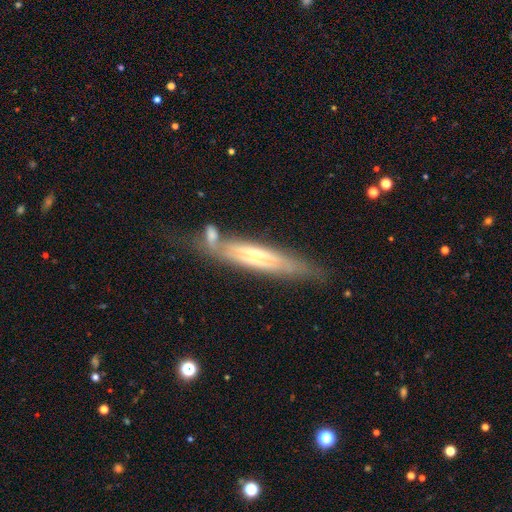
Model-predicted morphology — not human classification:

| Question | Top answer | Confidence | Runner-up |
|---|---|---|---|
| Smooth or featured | featured or disk | 70% | smooth (23%) |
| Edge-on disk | yes | 65% | no (35%) |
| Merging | none | 53% | minor disturbance (20%) |